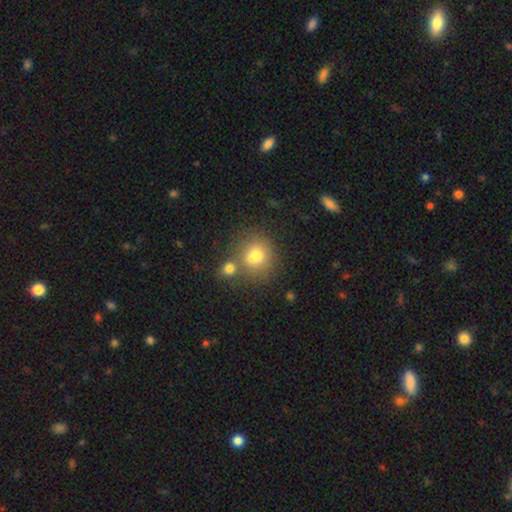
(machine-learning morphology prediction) Q: Smooth or featured?
A: smooth (73%); runner-up: featured or disk (15%)
Q: How rounded?
A: round (77%); runner-up: in between (22%)
Q: Merging?
A: none (49%); runner-up: merger (36%)